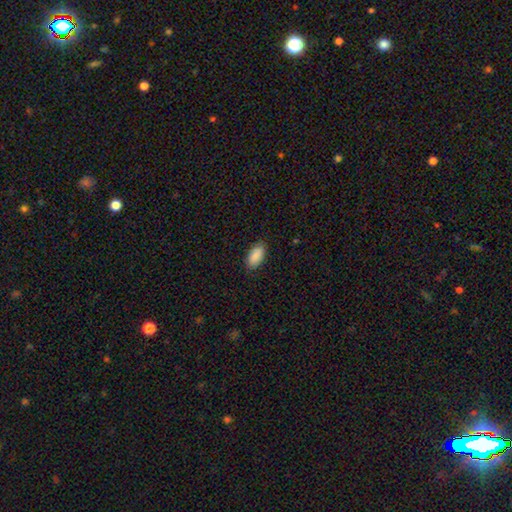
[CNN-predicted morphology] Q: Smooth or featured?
A: smooth (90%); runner-up: star or artifact (6%)
Q: How rounded?
A: in between (94%); runner-up: cigar-shaped (4%)
Q: Merging?
A: none (87%); runner-up: minor disturbance (10%)